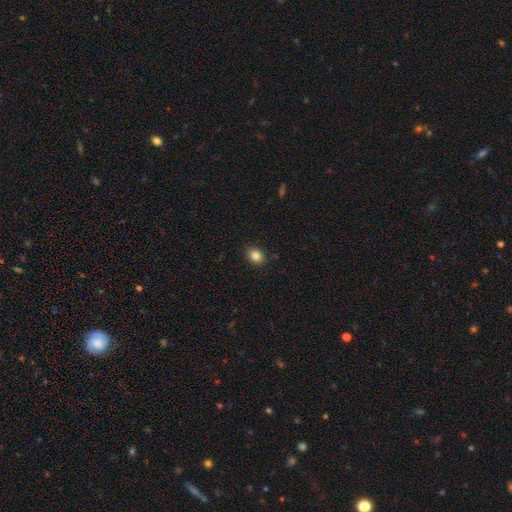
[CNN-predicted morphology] smooth 85%, star or artifact 10%, featured or disk 5%. Down the decision tree: how rounded — in between (54%); merging — none (89%).